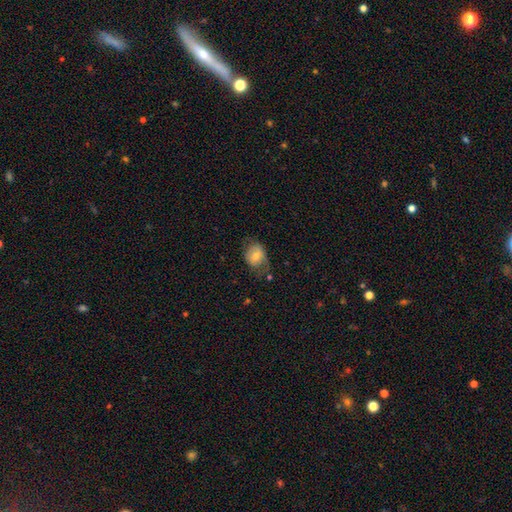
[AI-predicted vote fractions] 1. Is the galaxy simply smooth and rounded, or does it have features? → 55% smooth, 35% featured or disk, 10% star or artifact.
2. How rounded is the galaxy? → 51% in between, 48% round, 1% cigar-shaped.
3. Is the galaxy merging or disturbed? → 53% none, 28% minor disturbance, 17% major disturbance, 2% merger.